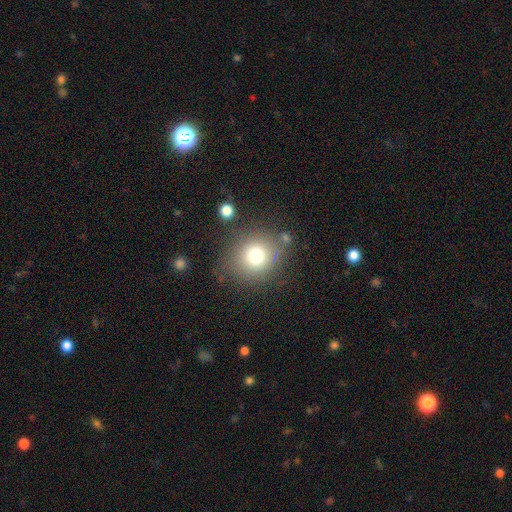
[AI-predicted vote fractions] A smooth galaxy with no disk features (75%) that is round (83%). Merging: none (74%).